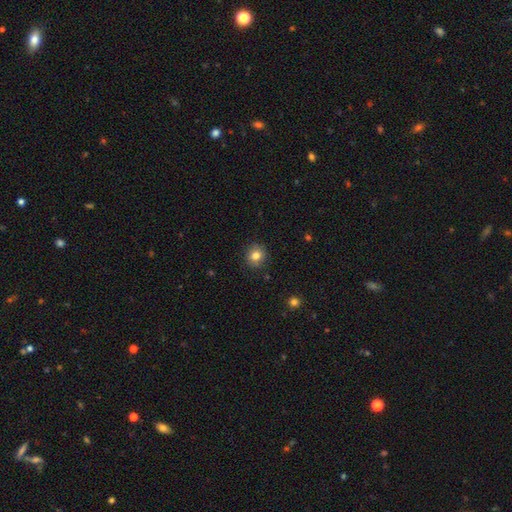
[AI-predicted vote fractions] This appears to be a smooth galaxy with no disk features (81%) that is round (88%). Merging: none (88%).